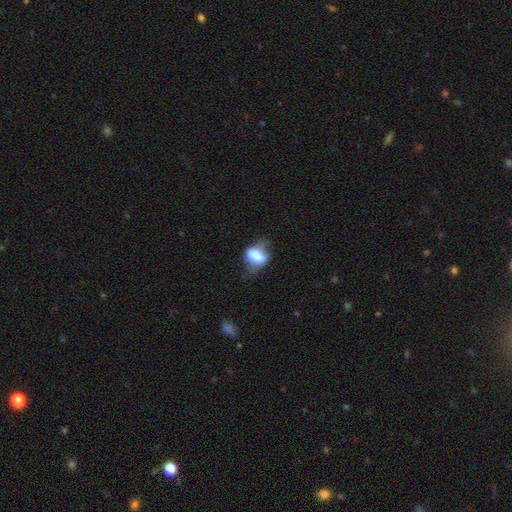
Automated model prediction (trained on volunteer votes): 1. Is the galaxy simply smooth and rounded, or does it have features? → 67% smooth, 24% featured or disk, 9% star or artifact.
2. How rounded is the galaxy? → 73% in between, 24% round, 2% cigar-shaped.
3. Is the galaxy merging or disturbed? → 36% none, 33% minor disturbance, 26% major disturbance, 5% merger.